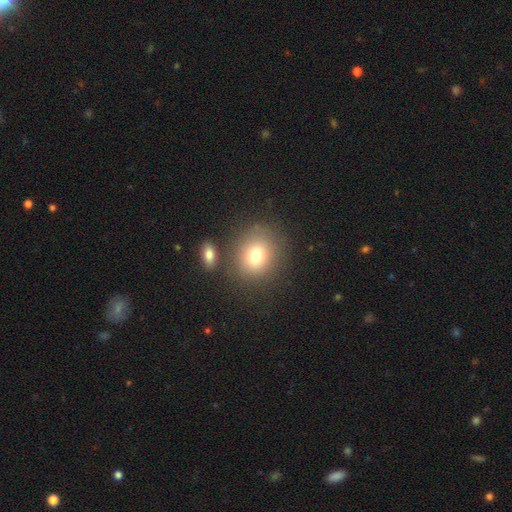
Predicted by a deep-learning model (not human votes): The model was most divided on "how rounded": round: 75%, in between: 24%, cigar-shaped: 1%. More confident: merging — none (77%); smooth or featured — smooth (76%).